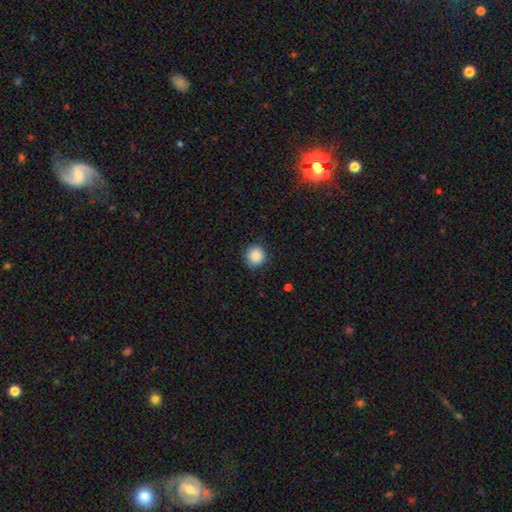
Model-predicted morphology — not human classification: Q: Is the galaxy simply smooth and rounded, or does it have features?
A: smooth — 88%.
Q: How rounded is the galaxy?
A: round — 91%.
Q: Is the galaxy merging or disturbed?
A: none — 89%.